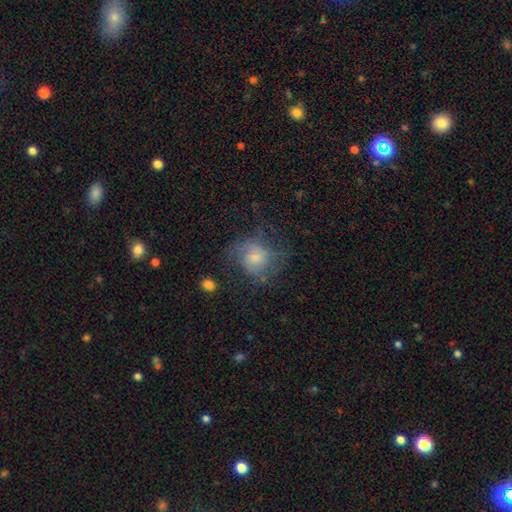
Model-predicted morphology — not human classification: Smooth or featured? Predicted: featured or disk (p=0.52). Edge-on disk? Predicted: no (p=0.97). Bar? Predicted: no (p=0.73). Spiral arms? Predicted: yes (p=0.84). Bulge size? Predicted: moderate (p=0.45). Merging? Predicted: none (p=0.66).